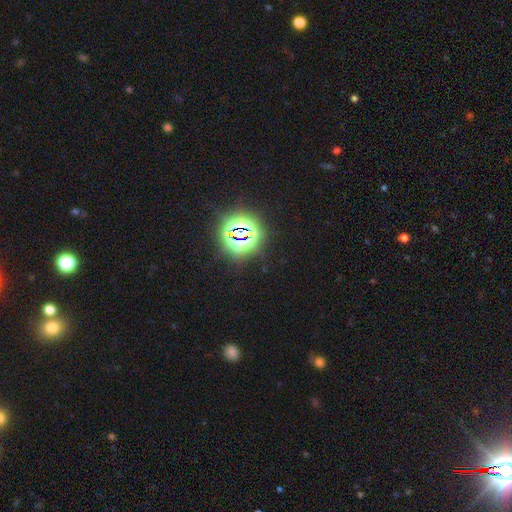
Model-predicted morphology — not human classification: Smooth or featured?
  - star or artifact: 81% *
  - smooth: 12%
  - featured or disk: 7%